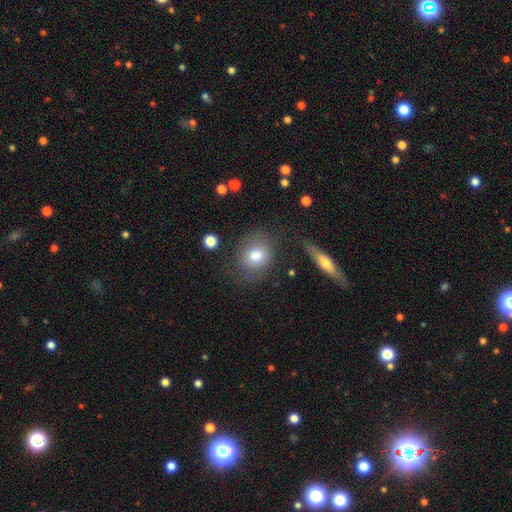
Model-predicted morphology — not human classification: smooth_or_featured: smooth (p=0.74) [alt: featured or disk p=0.17]
how_rounded: round (p=0.68) [alt: in between p=0.31]
merging: none (p=0.65) [alt: minor disturbance p=0.19]